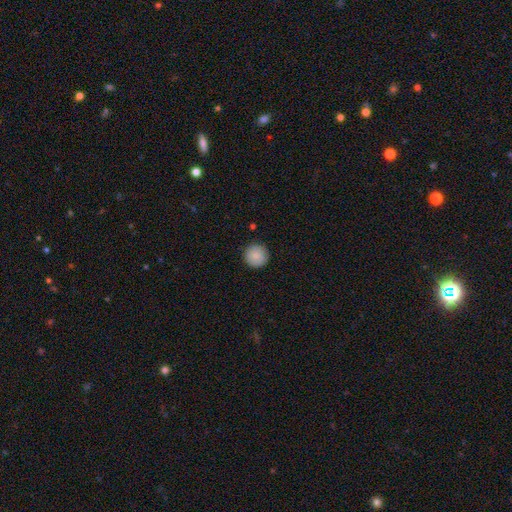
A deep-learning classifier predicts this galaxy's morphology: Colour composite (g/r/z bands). It shows a smooth galaxy with no disk features (88%) that is round (96%). Merging: none (92%).